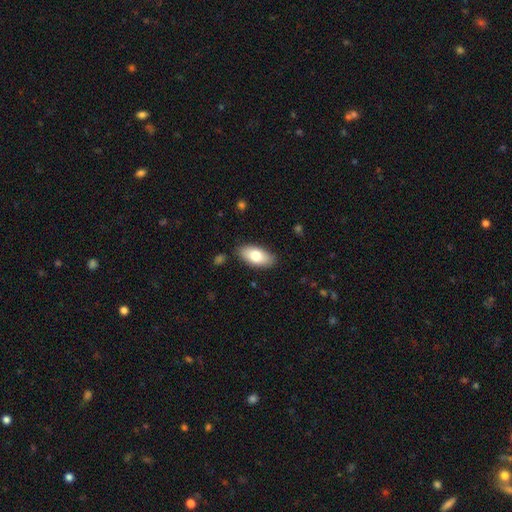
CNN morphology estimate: Q: Smooth or featured?
A: smooth (76%); runner-up: featured or disk (18%)
Q: How rounded?
A: in between (91%); runner-up: cigar-shaped (6%)
Q: Merging?
A: none (85%); runner-up: minor disturbance (11%)